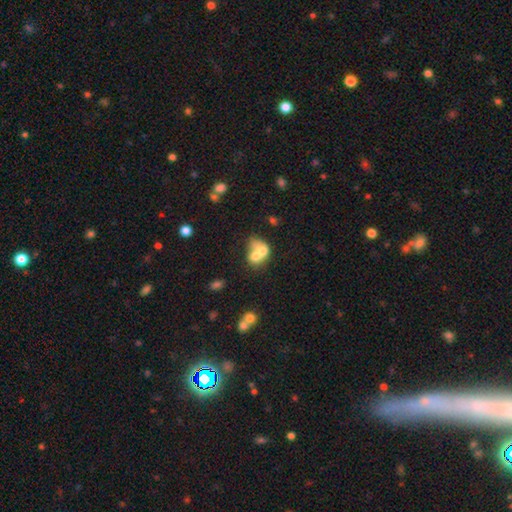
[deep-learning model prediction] smooth_or_featured: smooth (p=0.62) [alt: featured or disk p=0.29]
how_rounded: in between (p=0.57) [alt: round p=0.42]
merging: merger (p=0.72) [alt: none p=0.16]